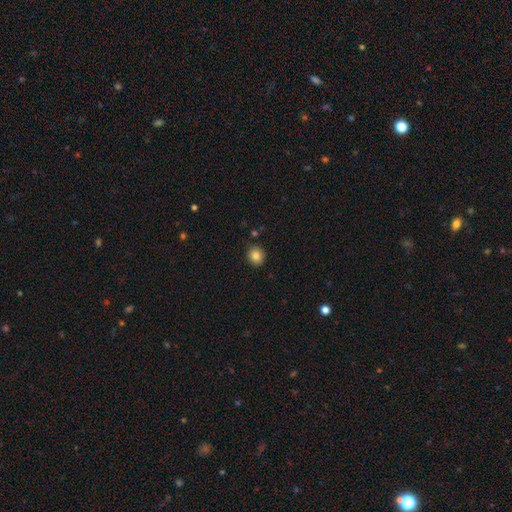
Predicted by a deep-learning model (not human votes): smooth 83%, star or artifact 10%, featured or disk 7%. Down the decision tree: how rounded — round (84%); merging — none (89%).